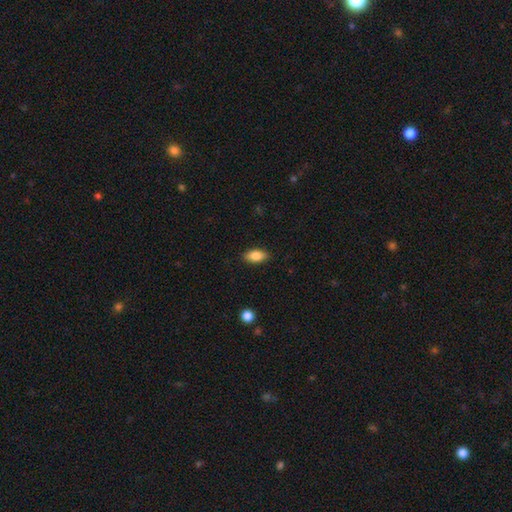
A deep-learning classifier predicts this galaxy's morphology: Q: Smooth or featured?
A: smooth (87%); runner-up: star or artifact (7%)
Q: How rounded?
A: in between (90%); runner-up: cigar-shaped (5%)
Q: Merging?
A: none (88%); runner-up: minor disturbance (9%)